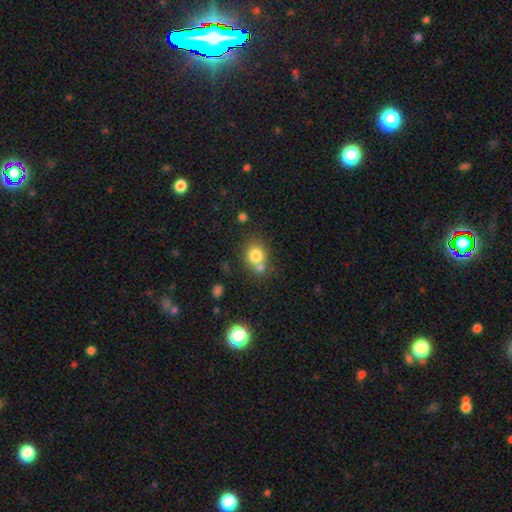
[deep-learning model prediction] A smooth galaxy with no disk features (78%) that is round (70%). Merging: none (52%).